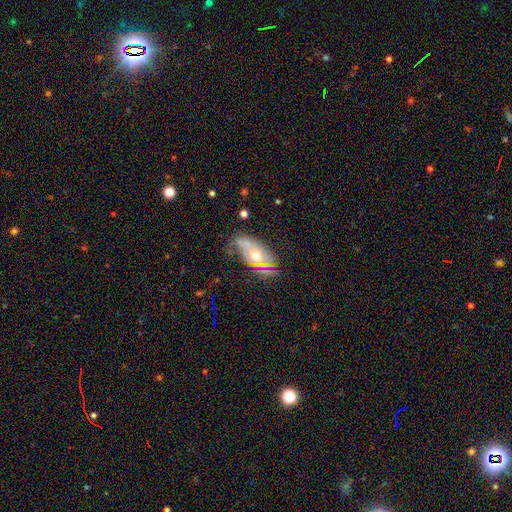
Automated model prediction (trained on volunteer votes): featured or disk 55%, smooth 34%, star or artifact 11%. Down the decision tree: edge-on disk — no (84%); merging — none (54%).